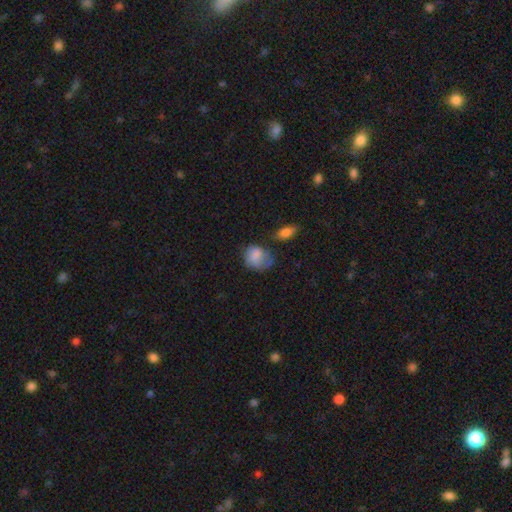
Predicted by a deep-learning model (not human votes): Smooth or featured? smooth (80%)
How rounded? round (57%)
Merging? none (39%)